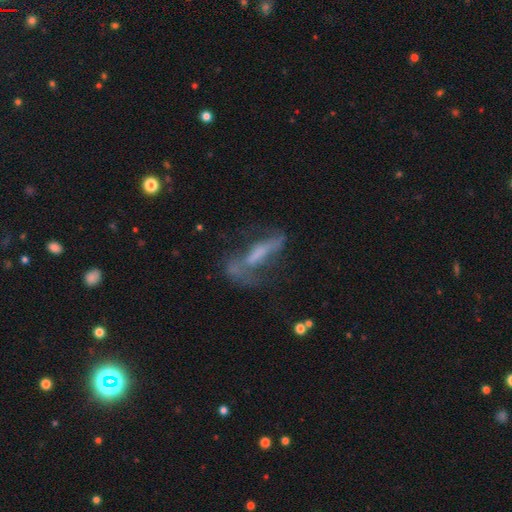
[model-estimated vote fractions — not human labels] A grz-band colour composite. It shows a featured or disk galaxy (56%). Merging: none (41%).